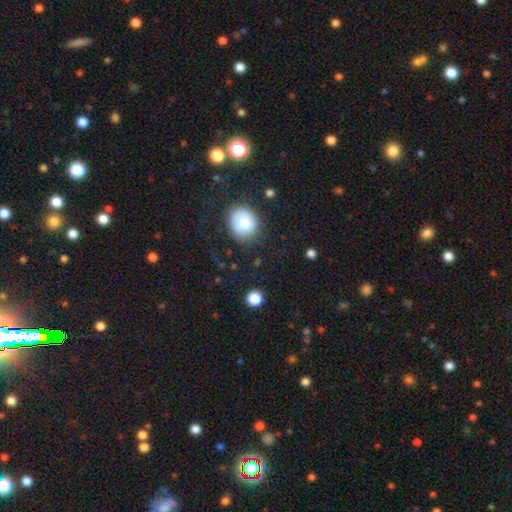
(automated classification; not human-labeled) Q: Smooth or featured?
A: smooth (59%); runner-up: star or artifact (36%)
Q: How rounded?
A: round (82%); runner-up: in between (17%)
Q: Merging?
A: none (87%); runner-up: minor disturbance (7%)